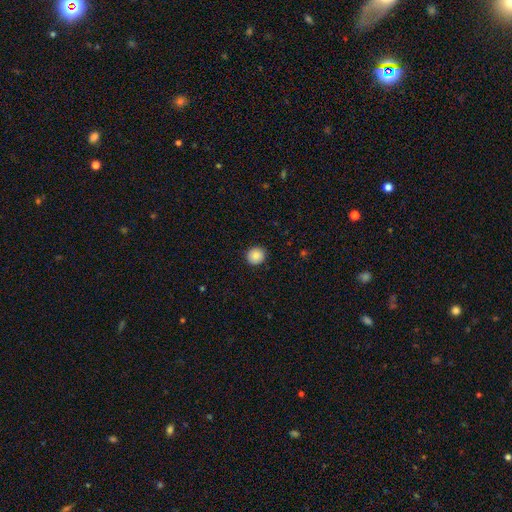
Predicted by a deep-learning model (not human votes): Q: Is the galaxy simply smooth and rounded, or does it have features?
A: smooth — 85%.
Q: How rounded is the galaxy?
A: round — 90%.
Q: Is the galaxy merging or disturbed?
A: none — 91%.